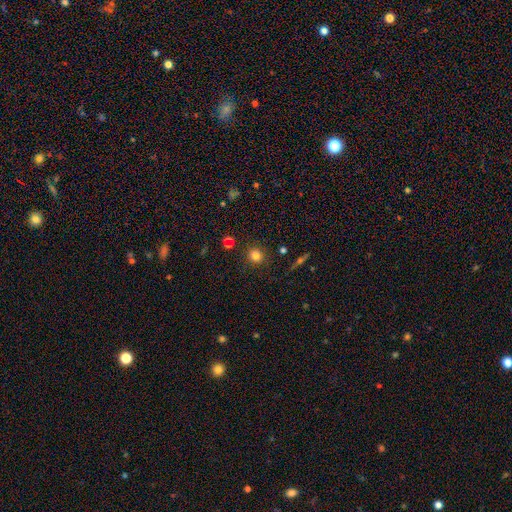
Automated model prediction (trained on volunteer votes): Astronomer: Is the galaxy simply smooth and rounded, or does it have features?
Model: smooth — 80%.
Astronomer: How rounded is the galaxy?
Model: round — 89%.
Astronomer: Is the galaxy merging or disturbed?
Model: none — 87%.